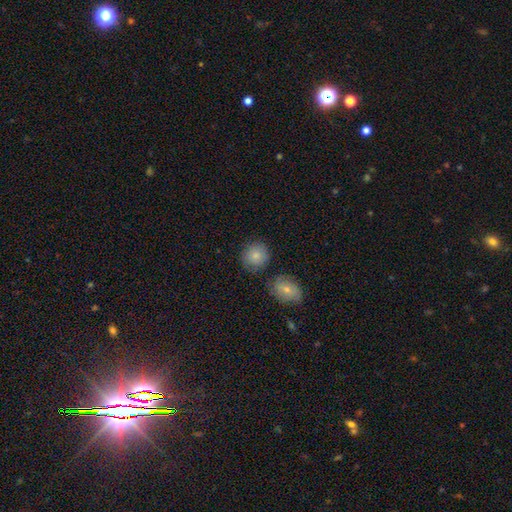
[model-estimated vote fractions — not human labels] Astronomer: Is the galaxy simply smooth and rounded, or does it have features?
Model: smooth — 83%.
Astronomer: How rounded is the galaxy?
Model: round — 84%.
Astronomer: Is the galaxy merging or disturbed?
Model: none — 75%.